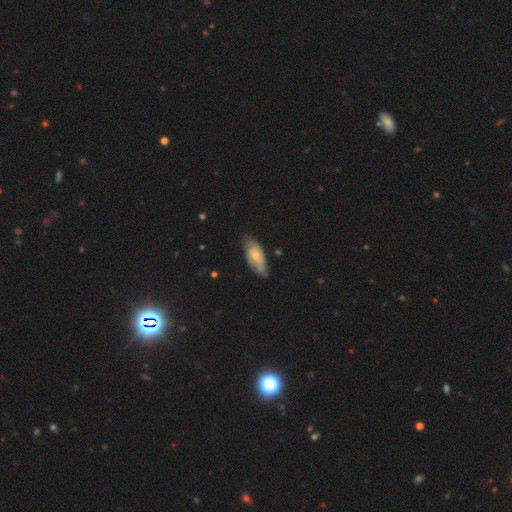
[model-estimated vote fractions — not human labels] Overall: smooth (59%; featured or disk 35%). How rounded: in between (79%). Merging: none (67%; minor disturbance 27%).